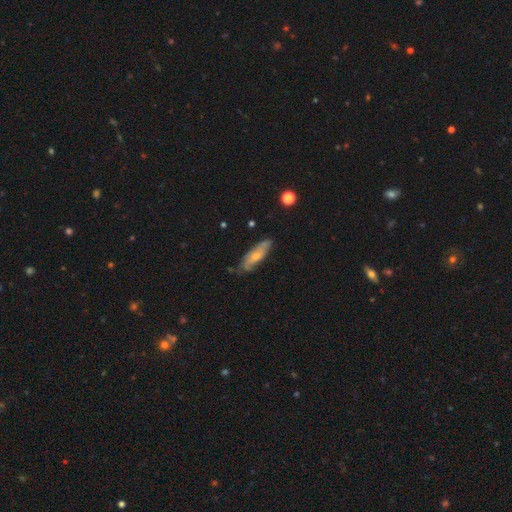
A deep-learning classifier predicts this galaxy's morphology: type=featured or disk (50%); merging=none (65%).